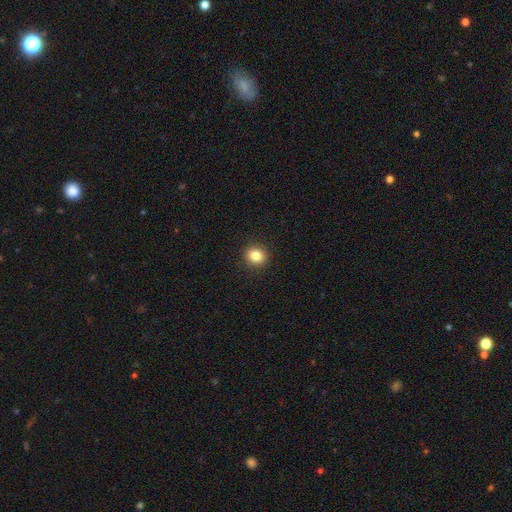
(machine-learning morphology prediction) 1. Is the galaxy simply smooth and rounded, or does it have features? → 84% smooth, 11% star or artifact, 6% featured or disk.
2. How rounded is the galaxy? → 78% round, 21% in between, 1% cigar-shaped.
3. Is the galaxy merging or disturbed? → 92% none, 6% minor disturbance, 2% major disturbance, 1% merger.